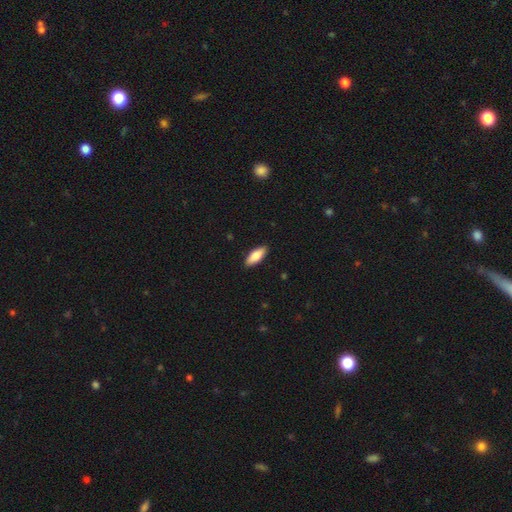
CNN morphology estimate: smooth 83%, featured or disk 11%, star or artifact 6%. Down the decision tree: how rounded — in between (73%); merging — none (89%).